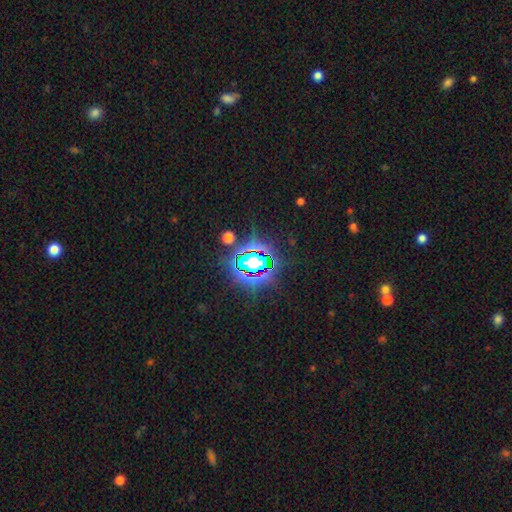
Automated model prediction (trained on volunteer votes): smooth-or-featured: star or artifact: 82% | smooth: 11% | featured or disk: 7%